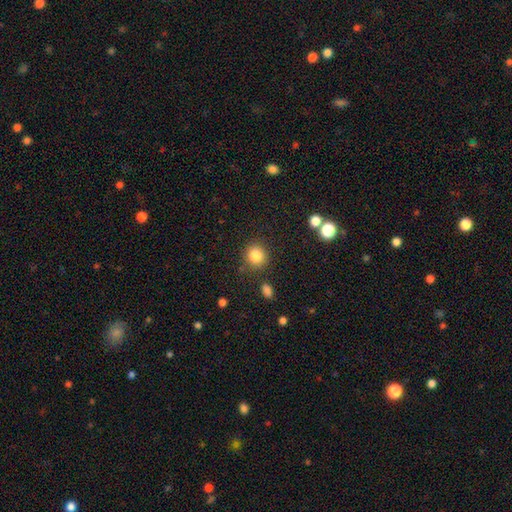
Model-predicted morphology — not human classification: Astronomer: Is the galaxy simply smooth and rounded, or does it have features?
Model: smooth — 85%.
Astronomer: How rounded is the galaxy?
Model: round — 85%.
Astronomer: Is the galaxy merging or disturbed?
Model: none — 85%.